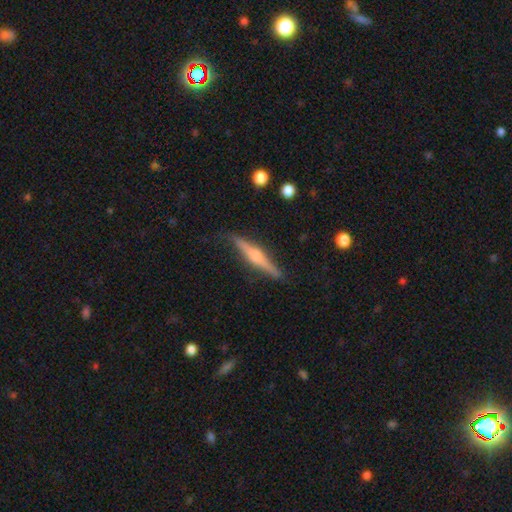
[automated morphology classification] Smooth or featured: featured or disk — 72% (smooth — 22%)
Edge-on disk: yes — 98% (no — 2%)
Edge-on bulge: rounded — 86% (boxy — 8%)
Merging: none — 86% (minor disturbance — 10%)